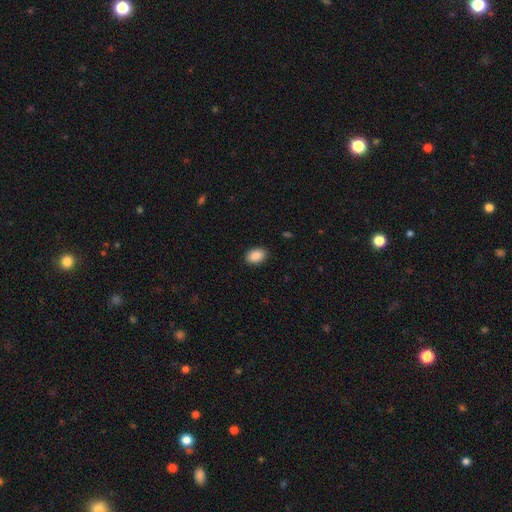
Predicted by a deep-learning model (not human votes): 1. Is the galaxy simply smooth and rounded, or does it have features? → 90% smooth, 8% star or artifact, 3% featured or disk.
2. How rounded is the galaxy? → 82% in between, 17% round, 1% cigar-shaped.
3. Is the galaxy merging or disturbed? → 89% none, 8% minor disturbance, 2% major disturbance, 1% merger.